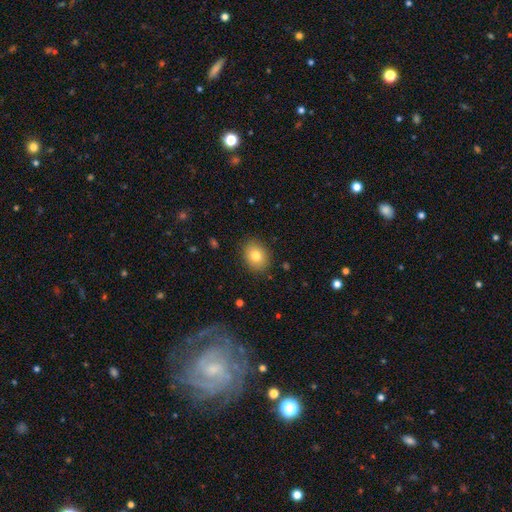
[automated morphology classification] smooth_or_featured: smooth (p=0.79) [alt: featured or disk p=0.11]
how_rounded: round (p=0.54) [alt: in between p=0.46]
merging: none (p=0.87) [alt: minor disturbance p=0.09]